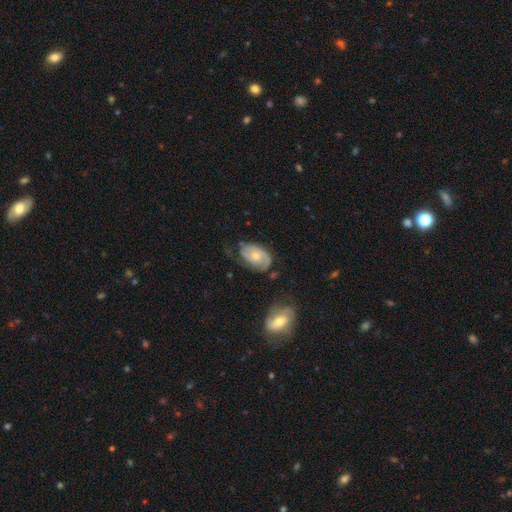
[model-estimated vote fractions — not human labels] Smooth or featured? Predicted: featured or disk (p=0.53). Edge-on disk? Predicted: no (p=0.94). Bar? Predicted: no (p=0.78). Spiral arms? Predicted: yes (p=0.75). Bulge size? Predicted: small (p=0.52). Merging? Predicted: none (p=0.51).